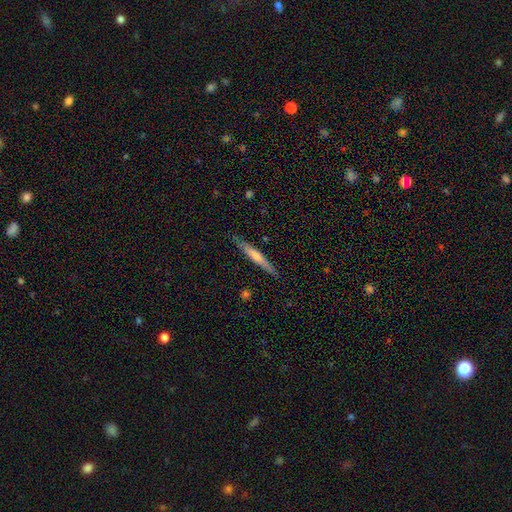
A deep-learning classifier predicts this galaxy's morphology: The model was most divided on "smooth or featured": featured or disk: 60%, smooth: 34%, star or artifact: 6%. More confident: edge-on disk — yes (96%); merging — none (89%); edge-on bulge — rounded (59%).